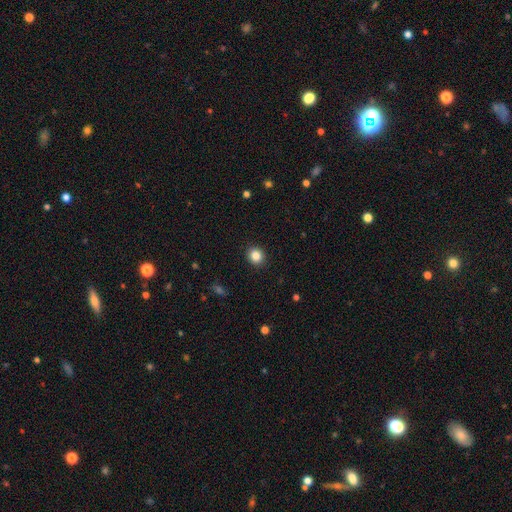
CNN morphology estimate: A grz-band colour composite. It shows a smooth galaxy with no disk features (85%) that is round (77%). Merging: none (91%).